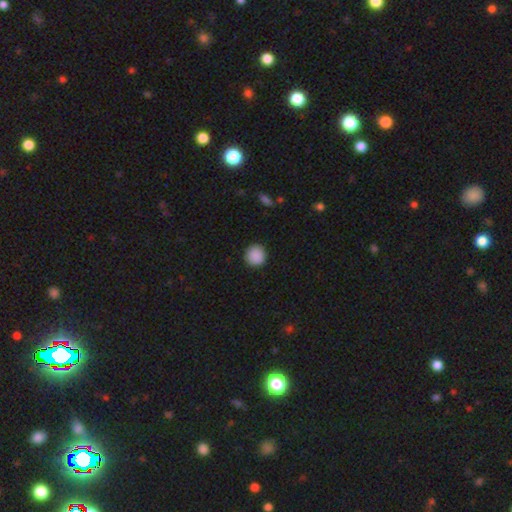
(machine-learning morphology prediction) Smooth or featured?
  - smooth: 90% *
  - star or artifact: 8%
  - featured or disk: 2%
How rounded?
  - round: 94% *
  - in between: 5%
  - cigar-shaped: 1%
Merging?
  - none: 92% *
  - minor disturbance: 5%
  - major disturbance: 2%
  - merger: 1%